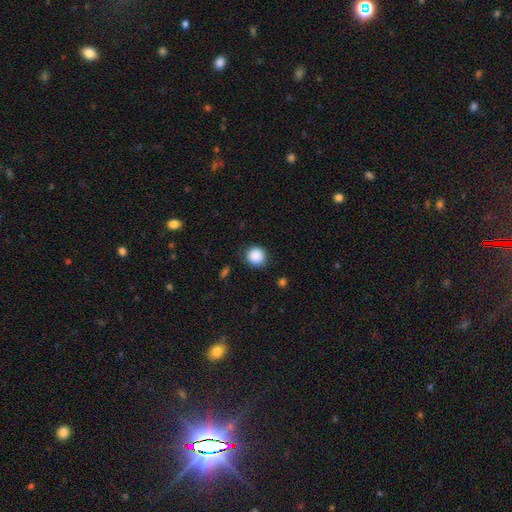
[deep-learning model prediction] This is clearly a smooth galaxy (89%). How rounded: clearly round (93%). Merging: clearly none (83%).